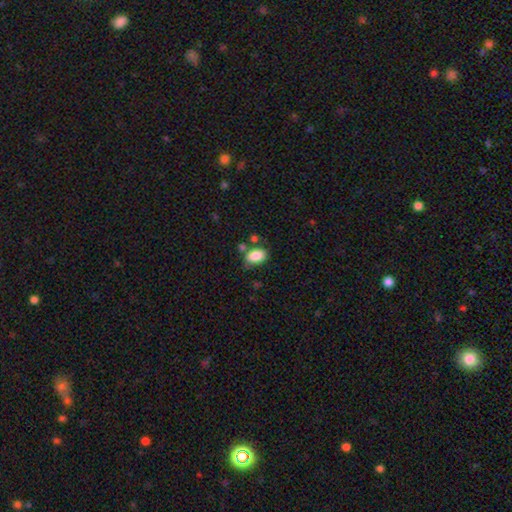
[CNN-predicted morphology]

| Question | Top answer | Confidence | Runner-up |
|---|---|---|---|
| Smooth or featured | smooth | 85% | star or artifact (8%) |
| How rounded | in between | 88% | round (11%) |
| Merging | none | 63% | minor disturbance (20%) |